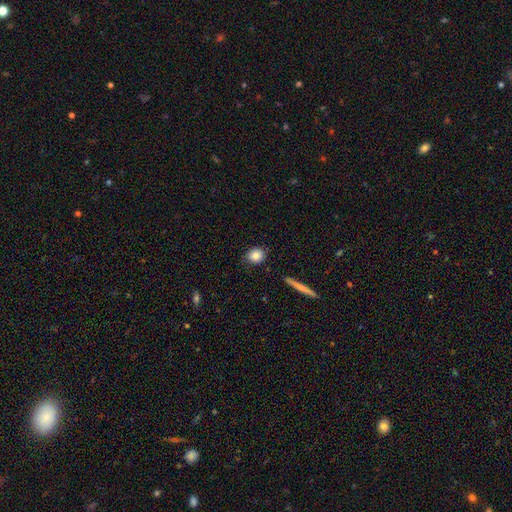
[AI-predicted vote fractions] smooth_or_featured: smooth (p=0.81) [alt: featured or disk p=0.10]
how_rounded: round (p=0.70) [alt: in between p=0.27]
merging: none (p=0.82) [alt: minor disturbance p=0.13]